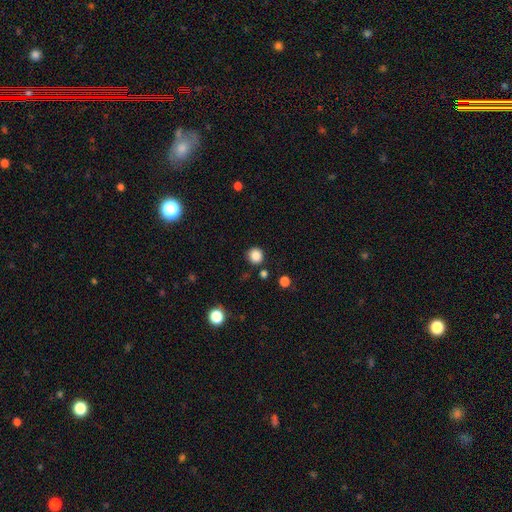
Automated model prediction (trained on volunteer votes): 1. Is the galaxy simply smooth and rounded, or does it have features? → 85% smooth, 11% star or artifact, 4% featured or disk.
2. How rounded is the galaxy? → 93% round, 6% in between, 1% cigar-shaped.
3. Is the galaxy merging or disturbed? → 88% none, 7% minor disturbance, 3% merger, 2% major disturbance.